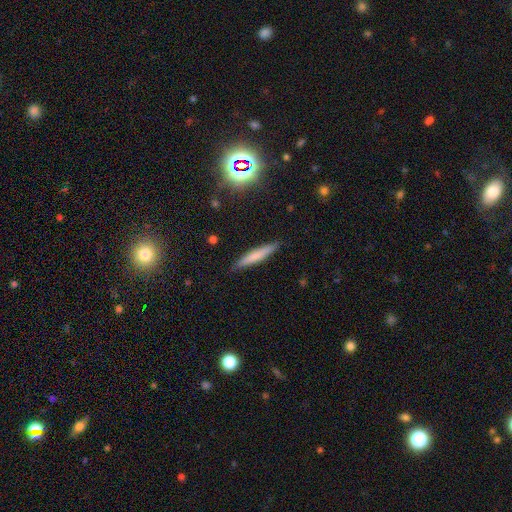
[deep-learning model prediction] Smooth or featured? Predicted: smooth (p=0.67). How rounded? Predicted: cigar-shaped (p=0.93). Merging? Predicted: none (p=0.88).